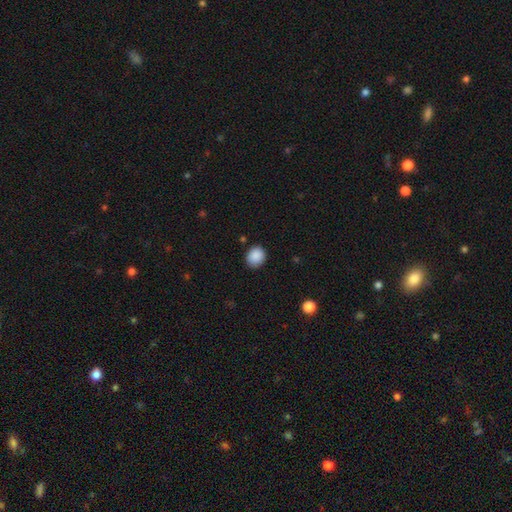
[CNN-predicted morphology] This is clearly a smooth galaxy (89%). How rounded: likely round (66%). Merging: clearly none (86%).